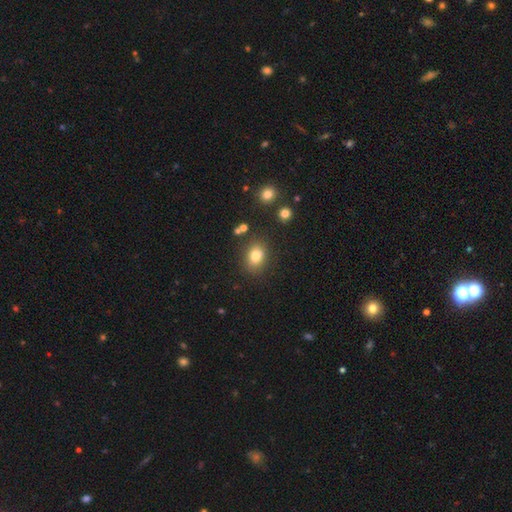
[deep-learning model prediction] Smooth or featured?
  - smooth: 80% *
  - star or artifact: 12%
  - featured or disk: 8%
How rounded?
  - in between: 60% *
  - round: 39%
  - cigar-shaped: 1%
Merging?
  - none: 80% *
  - minor disturbance: 12%
  - merger: 4%
  - major disturbance: 4%